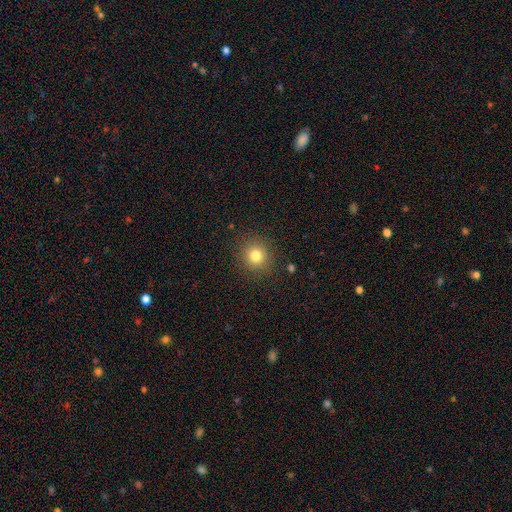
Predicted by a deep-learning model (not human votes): This is clearly a smooth galaxy (80%). How rounded: clearly round (88%). Merging: clearly none (89%).